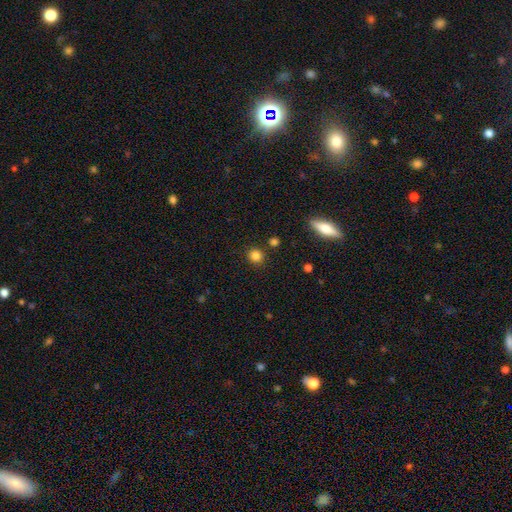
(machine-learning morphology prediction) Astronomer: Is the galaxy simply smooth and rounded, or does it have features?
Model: smooth — 83%.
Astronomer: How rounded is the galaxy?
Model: round — 89%.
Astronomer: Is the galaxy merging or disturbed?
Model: none — 87%.